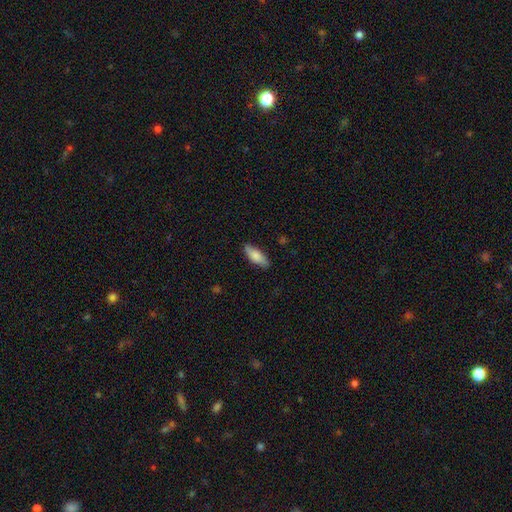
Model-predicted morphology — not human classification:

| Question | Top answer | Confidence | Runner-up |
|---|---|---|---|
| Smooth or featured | smooth | 79% | featured or disk (15%) |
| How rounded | in between | 67% | cigar-shaped (31%) |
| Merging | none | 84% | minor disturbance (13%) |